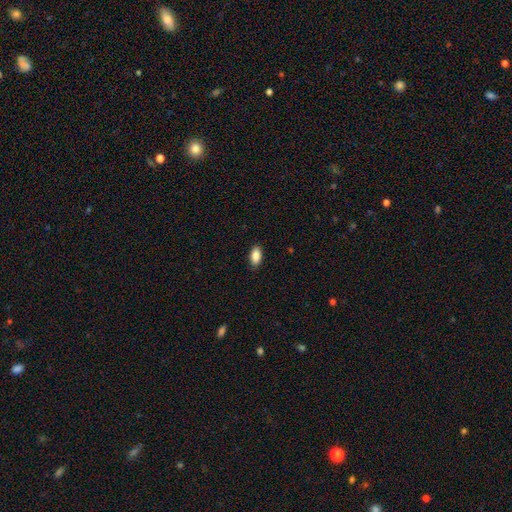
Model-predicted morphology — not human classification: smooth-or-featured: smooth: 89% | star or artifact: 7% | featured or disk: 4%
  how-rounded: in between: 92% | cigar-shaped: 4% | round: 4%
  merging: none: 87% | minor disturbance: 10% | major disturbance: 2% | merger: 1%